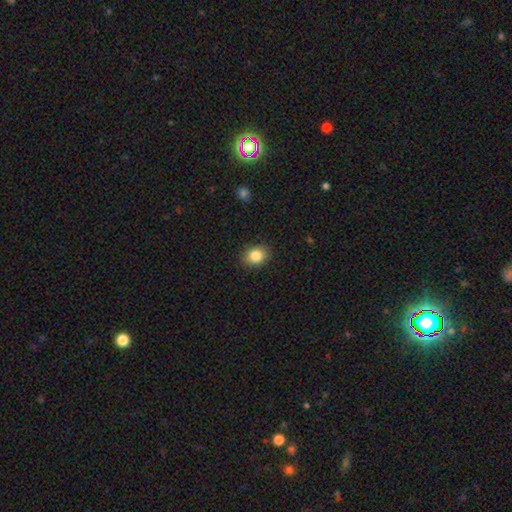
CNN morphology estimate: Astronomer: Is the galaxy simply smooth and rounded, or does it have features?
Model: smooth — 85%.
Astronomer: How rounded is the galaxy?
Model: in between — 52% (runner-up: round, 48%).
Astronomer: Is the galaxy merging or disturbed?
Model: none — 87%.